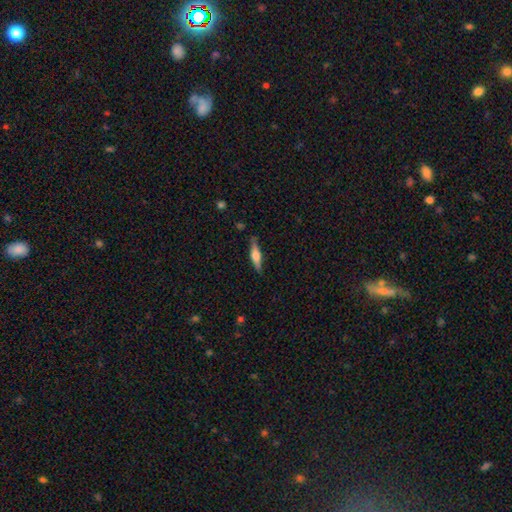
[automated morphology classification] This appears to be a featured or disk galaxy (53%) viewed edge-on (96%) with a rounded central bulge (83%). Merging: none (85%).